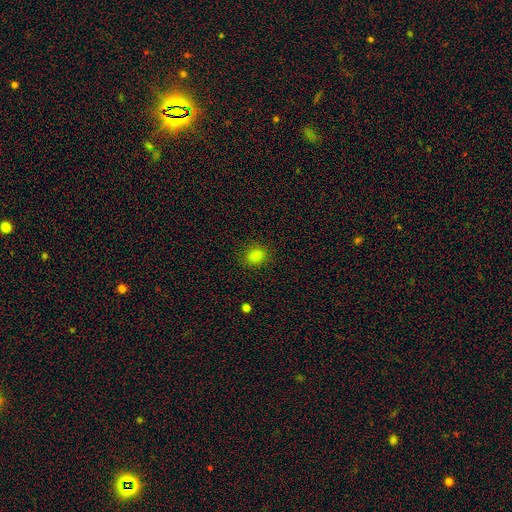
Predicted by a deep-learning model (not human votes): smooth 83%, star or artifact 13%, featured or disk 3%. Down the decision tree: how rounded — round (53%); merging — none (86%).